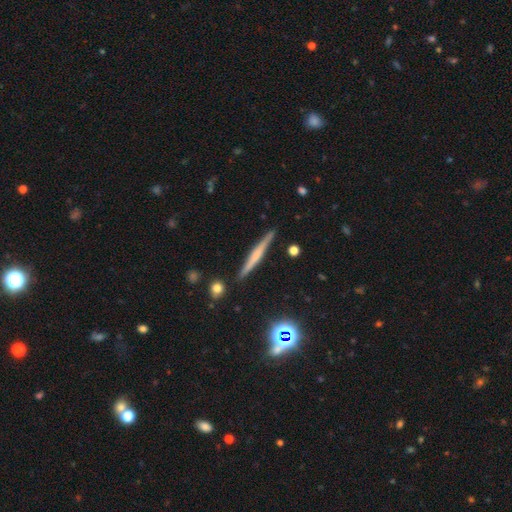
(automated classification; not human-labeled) Smooth or featured?
  - featured or disk: 56% *
  - smooth: 35%
  - star or artifact: 9%
Edge-on disk?
  - yes: 97% *
  - no: 3%
Edge-on bulge?
  - none: 45% *
  - rounded: 34%
  - boxy: 20%
Merging?
  - none: 89% *
  - minor disturbance: 7%
  - merger: 2%
  - major disturbance: 2%